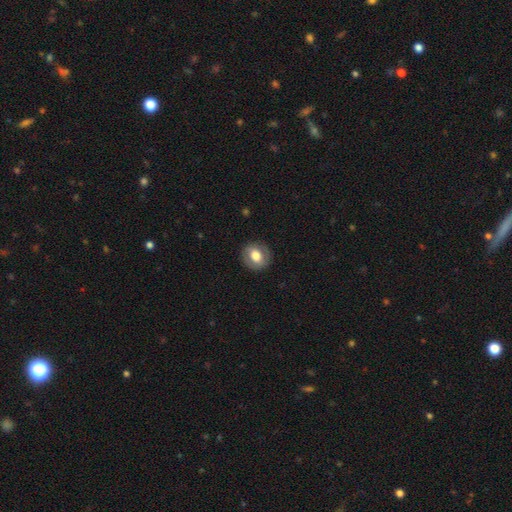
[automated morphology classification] smooth-or-featured: smooth: 62% | featured or disk: 31% | star or artifact: 7%
  how-rounded: round: 73% | in between: 26% | cigar-shaped: 1%
  merging: none: 86% | minor disturbance: 10% | major disturbance: 3% | merger: 1%